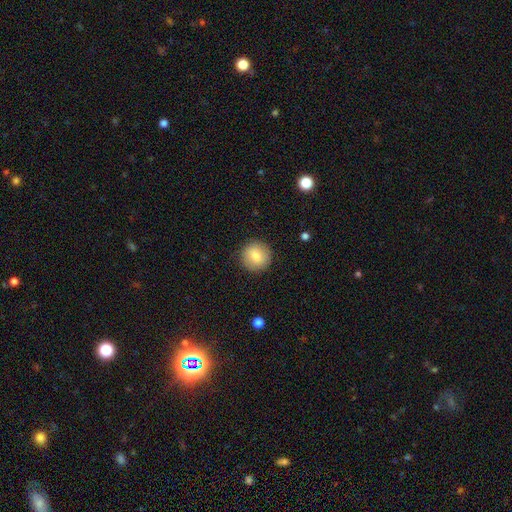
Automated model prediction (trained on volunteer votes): Smooth or featured? smooth (80%)
How rounded? round (93%)
Merging? none (90%)